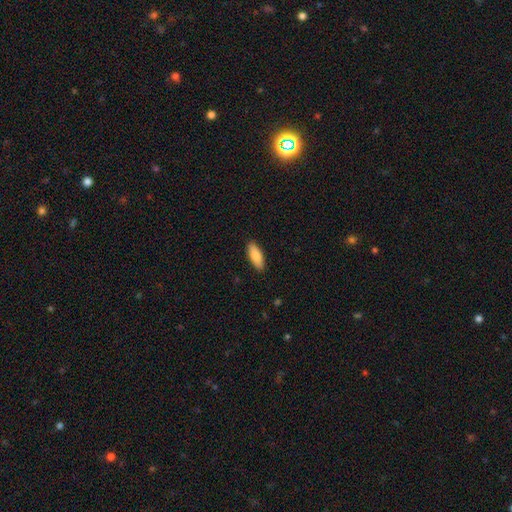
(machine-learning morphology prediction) Smooth or featured? smooth (87%)
How rounded? in between (71%)
Merging? none (90%)